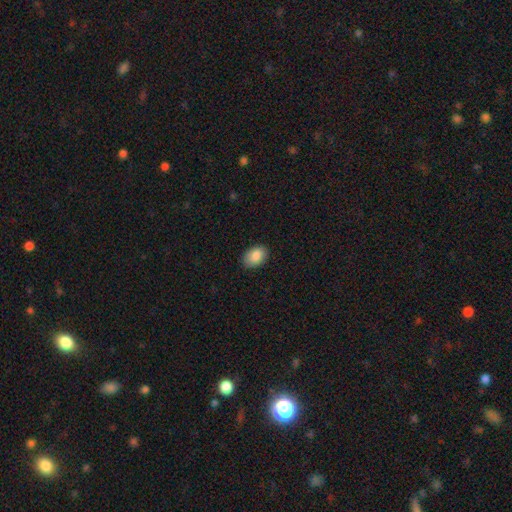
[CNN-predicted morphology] type=smooth (87%); roundness=in between (88%); merging=none (87%).